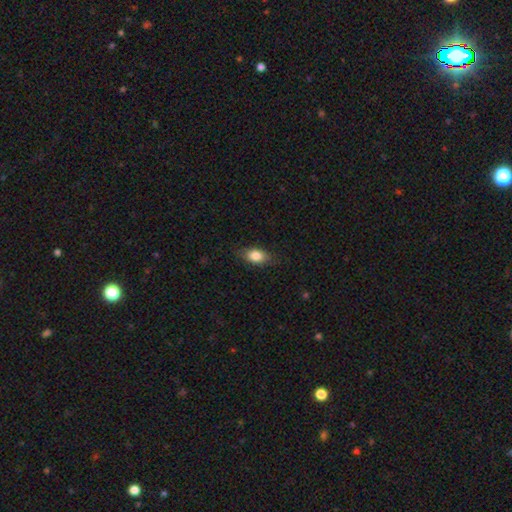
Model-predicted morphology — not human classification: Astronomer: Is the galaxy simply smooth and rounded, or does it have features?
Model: smooth — 82%.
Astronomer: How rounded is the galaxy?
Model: in between — 84%.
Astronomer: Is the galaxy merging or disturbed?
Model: none — 80%.